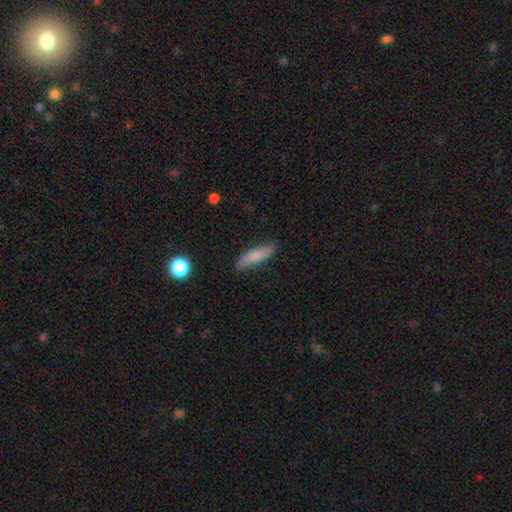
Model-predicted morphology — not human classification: Smooth or featured?
  - smooth: 75% *
  - featured or disk: 18%
  - star or artifact: 7%
How rounded?
  - cigar-shaped: 65% *
  - in between: 32%
  - round: 2%
Merging?
  - none: 80% *
  - minor disturbance: 16%
  - major disturbance: 3%
  - merger: 2%